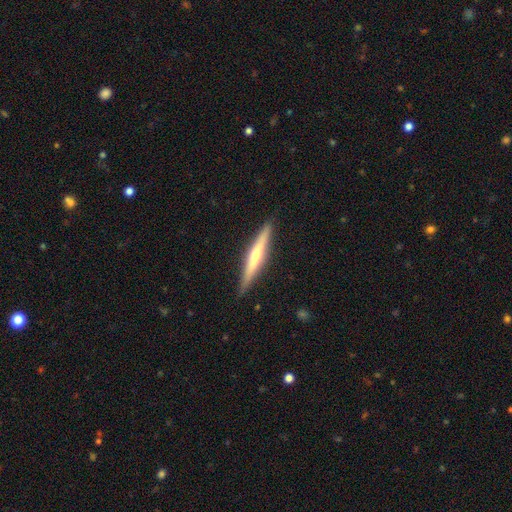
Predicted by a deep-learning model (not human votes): Smooth or featured: featured or disk — 66% (smooth — 28%)
Edge-on disk: yes — 97% (no — 3%)
Edge-on bulge: rounded — 77% (none — 16%)
Merging: none — 90% (minor disturbance — 7%)